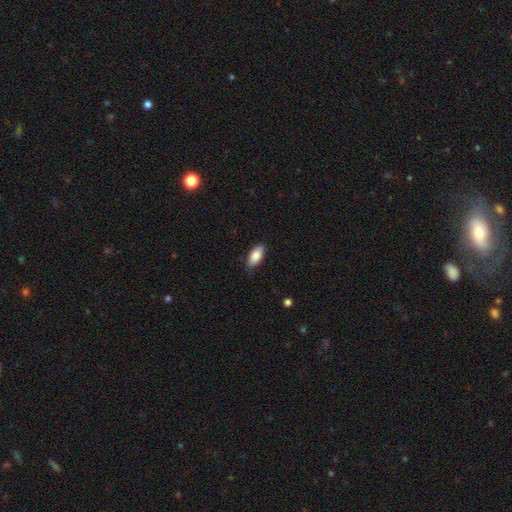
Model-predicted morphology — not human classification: A smooth galaxy with no disk features (85%) that is in between round and cigar-shaped (90%). Merging: none (78%).